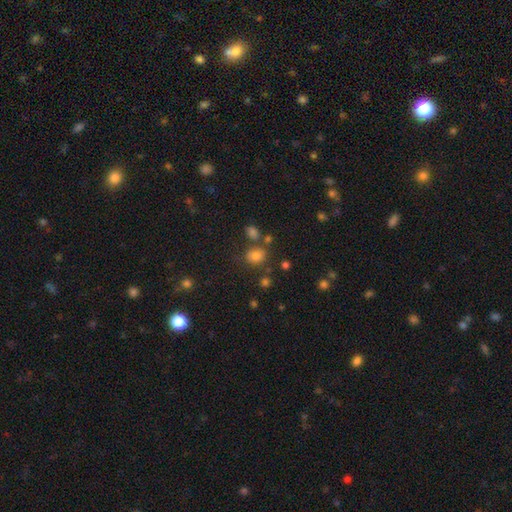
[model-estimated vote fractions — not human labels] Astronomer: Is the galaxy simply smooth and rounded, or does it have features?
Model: smooth — 76%.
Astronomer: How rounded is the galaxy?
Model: round — 51% (runner-up: in between, 48%).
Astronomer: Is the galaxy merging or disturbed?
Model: none — 68%.